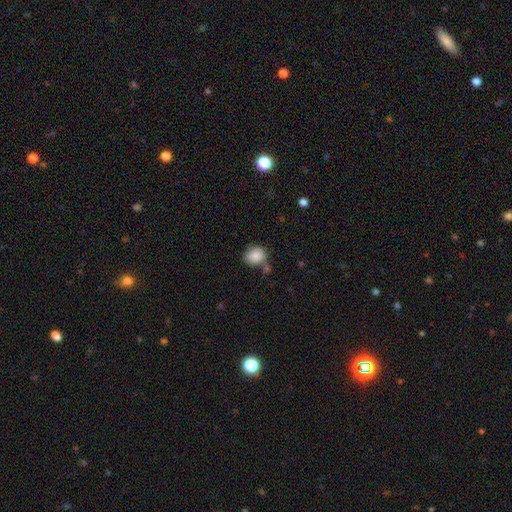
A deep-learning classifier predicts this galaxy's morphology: Smooth or featured: smooth — 86% (star or artifact — 8%)
How rounded: round — 62% (in between — 37%)
Merging: none — 60% (minor disturbance — 20%)